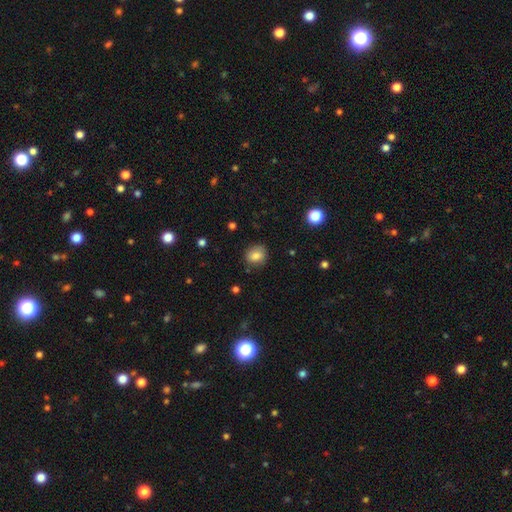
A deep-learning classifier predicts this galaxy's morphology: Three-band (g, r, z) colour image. It shows a smooth galaxy with no disk features (82%) that is round (75%). Merging: none (82%).